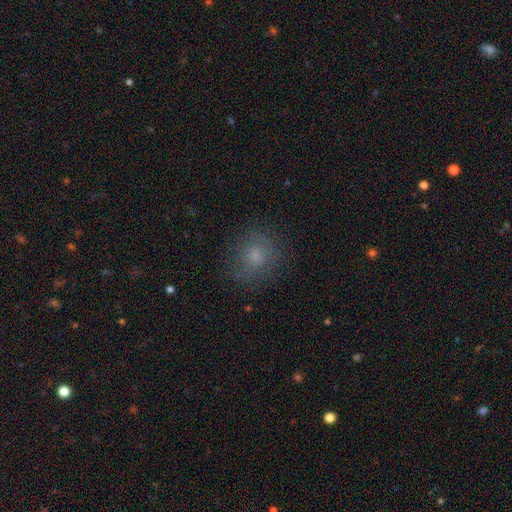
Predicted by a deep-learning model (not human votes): This is likely a smooth galaxy (69%). How rounded: likely round (79%). Merging: likely none (77%).